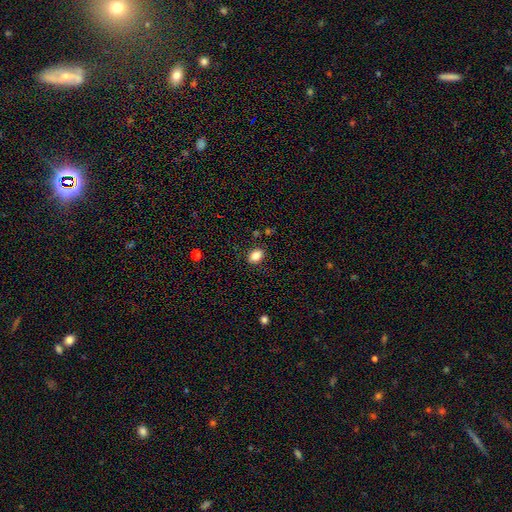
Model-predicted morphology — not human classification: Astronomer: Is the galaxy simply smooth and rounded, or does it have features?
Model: smooth — 86%.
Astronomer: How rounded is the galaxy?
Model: in between — 80%.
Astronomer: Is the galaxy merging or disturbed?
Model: none — 85%.